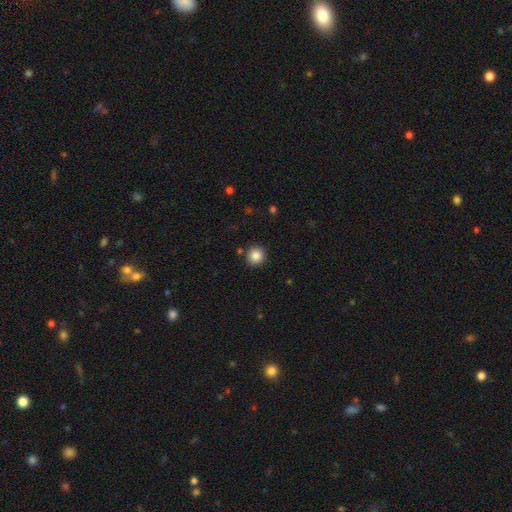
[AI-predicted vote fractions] This is clearly a smooth galaxy (86%). How rounded: clearly round (92%). Merging: clearly none (89%).